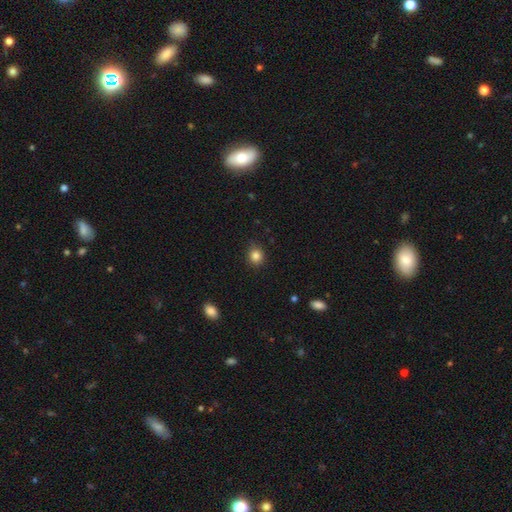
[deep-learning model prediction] This appears to be a smooth galaxy with no disk features (84%) that is round (80%). Merging: none (86%).